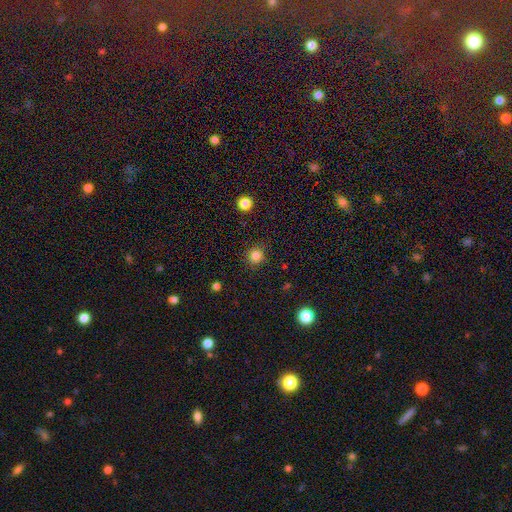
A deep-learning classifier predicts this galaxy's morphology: Q: Smooth or featured?
A: smooth (83%); runner-up: star or artifact (13%)
Q: How rounded?
A: round (92%); runner-up: in between (7%)
Q: Merging?
A: none (89%); runner-up: minor disturbance (8%)